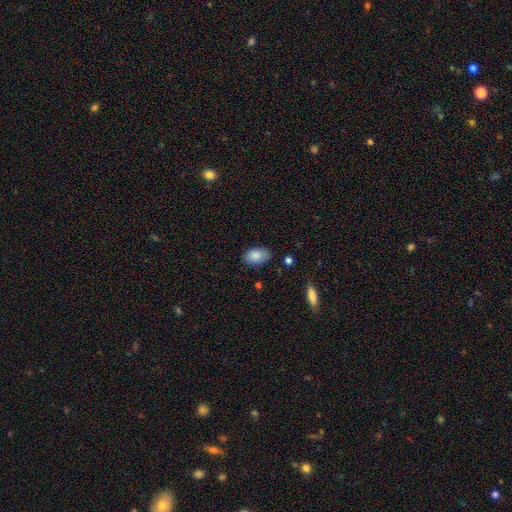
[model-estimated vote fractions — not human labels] smooth_or_featured: smooth (p=0.86) [alt: star or artifact p=0.07]
how_rounded: in between (p=0.92) [alt: round p=0.06]
merging: none (p=0.79) [alt: minor disturbance p=0.16]